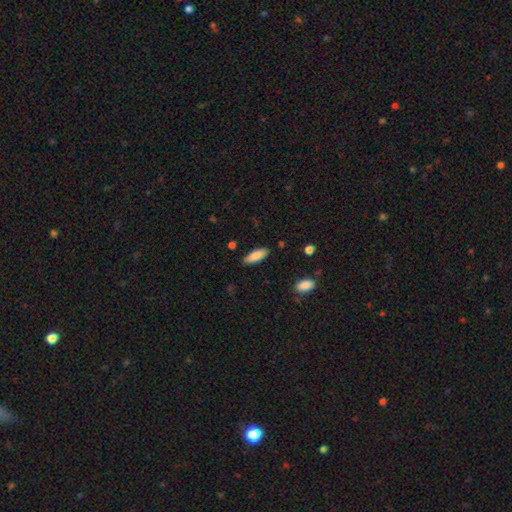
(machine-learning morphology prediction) Smooth or featured? smooth (86%)
How rounded? in between (66%)
Merging? none (86%)